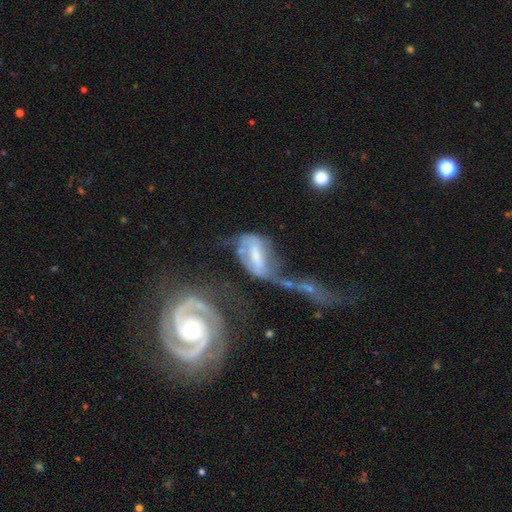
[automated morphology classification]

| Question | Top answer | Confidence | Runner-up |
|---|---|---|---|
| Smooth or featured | featured or disk | 67% | smooth (24%) |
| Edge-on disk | no | 94% | yes (6%) |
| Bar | weak | 39% | strong (35%) |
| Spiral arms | yes | 72% | no (28%) |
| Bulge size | moderate | 42% | small (34%) |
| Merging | merger | 43% | major disturbance (34%) |